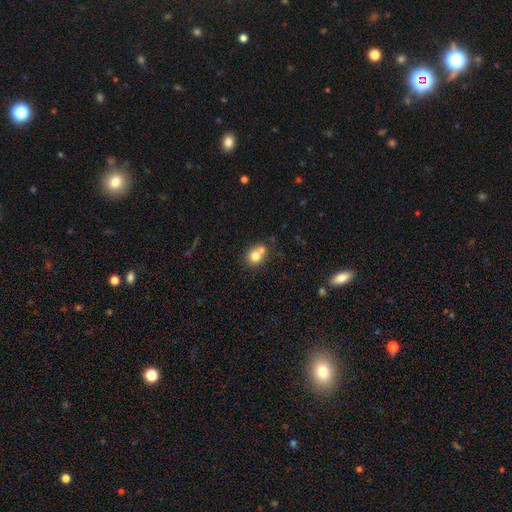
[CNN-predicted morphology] Smooth or featured? smooth (75%)
How rounded? round (73%)
Merging? none (46%)